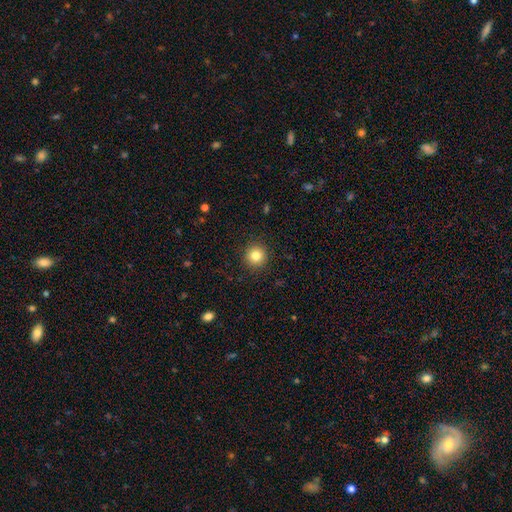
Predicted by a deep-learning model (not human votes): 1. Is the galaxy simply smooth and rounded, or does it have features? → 82% smooth, 11% star or artifact, 6% featured or disk.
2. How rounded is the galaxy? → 94% round, 5% in between, 1% cigar-shaped.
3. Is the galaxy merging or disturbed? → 92% none, 5% minor disturbance, 2% major disturbance, 1% merger.